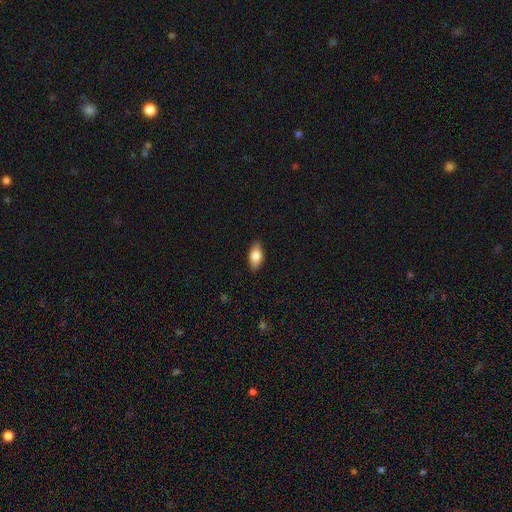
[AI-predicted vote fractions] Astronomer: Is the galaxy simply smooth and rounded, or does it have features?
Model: smooth — 80%.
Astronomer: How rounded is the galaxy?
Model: in between — 89%.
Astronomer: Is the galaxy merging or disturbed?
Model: none — 88%.